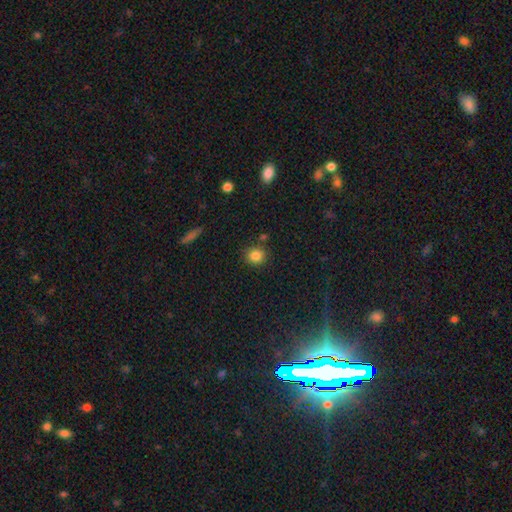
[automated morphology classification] type=smooth (84%); roundness=round (86%); merging=none (83%).